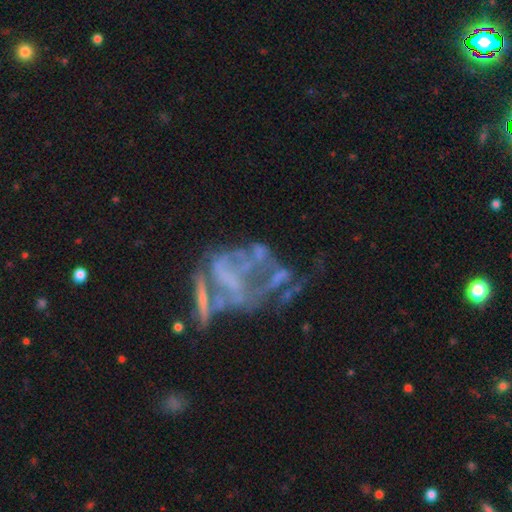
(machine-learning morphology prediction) This is likely a featured or disk galaxy (63%). It is clearly not viewed edge-on (96%). Bar: likely no (78%). Spiral arm pattern: likely no (74%). Central bulge: likely none (70%). Merging: marginally major disturbance (37%).